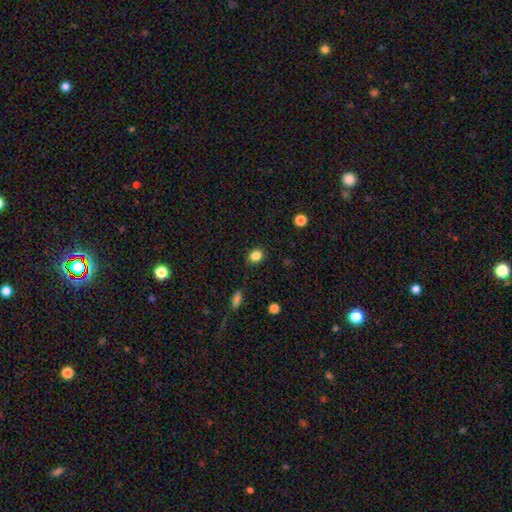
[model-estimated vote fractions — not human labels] Overall: smooth (85%). How rounded: round (62%; in between 37%). Merging: none (85%).